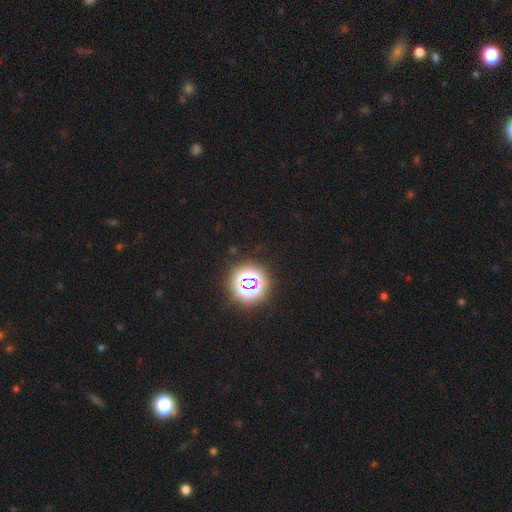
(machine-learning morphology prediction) smooth_or_featured: star or artifact (p=0.80) [alt: smooth p=0.15]